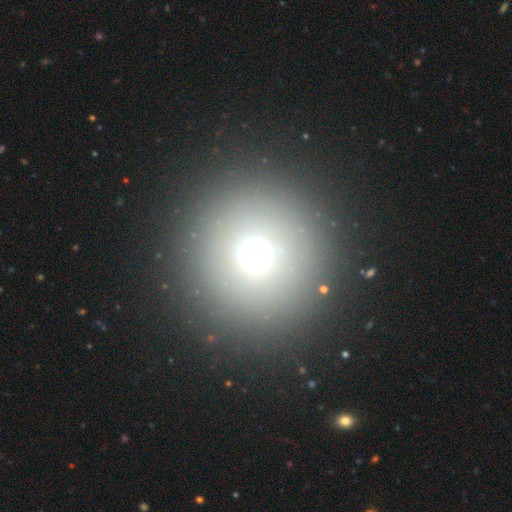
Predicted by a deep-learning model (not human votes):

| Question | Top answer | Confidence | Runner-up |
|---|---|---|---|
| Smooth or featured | smooth | 68% | star or artifact (20%) |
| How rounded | round | 95% | in between (4%) |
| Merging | none | 91% | minor disturbance (5%) |